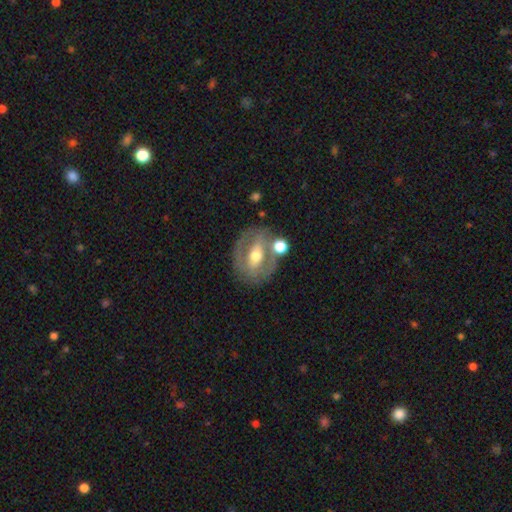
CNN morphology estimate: This appears to be a featured or disk galaxy (69%) with a strong bar (45%), no spiral arms (59%) and a moderate central bulge (70%). Merging: none (67%).